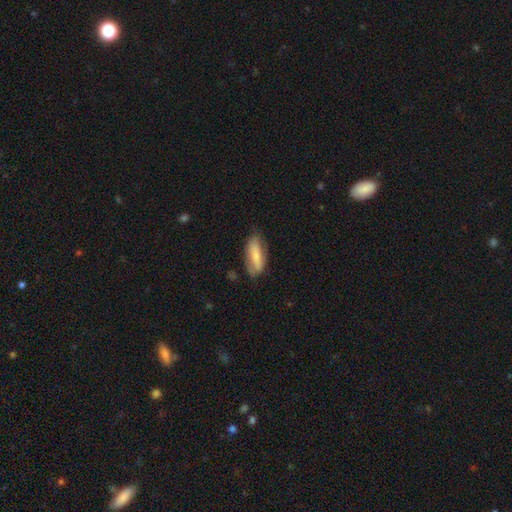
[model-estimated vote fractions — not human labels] This appears to be a smooth galaxy with no disk features (70%) that is in between round and cigar-shaped (67%). Merging: none (67%).